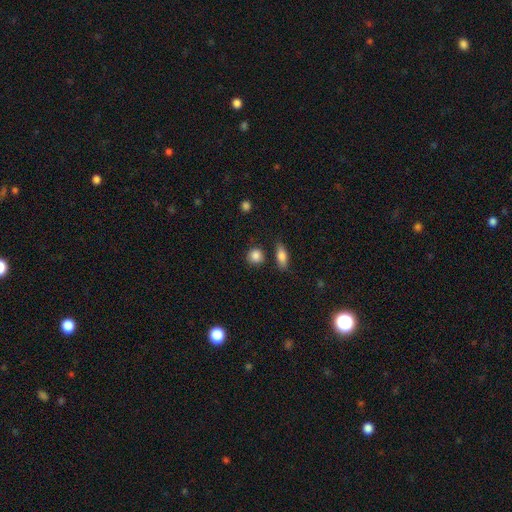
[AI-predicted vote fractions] Smooth or featured? smooth (86%)
How rounded? round (83%)
Merging? none (80%)